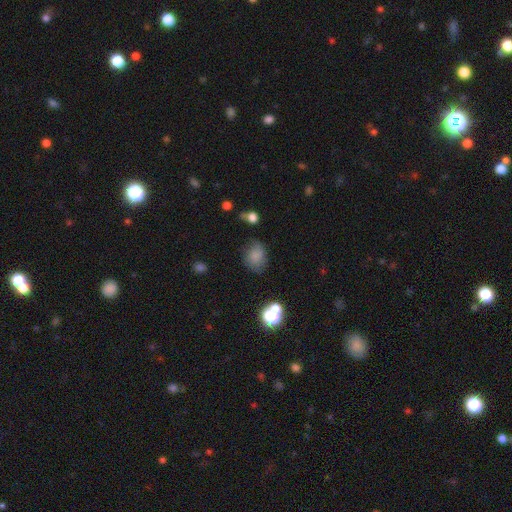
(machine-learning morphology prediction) type=smooth (73%); roundness=in between (53%); merging=none (59%).